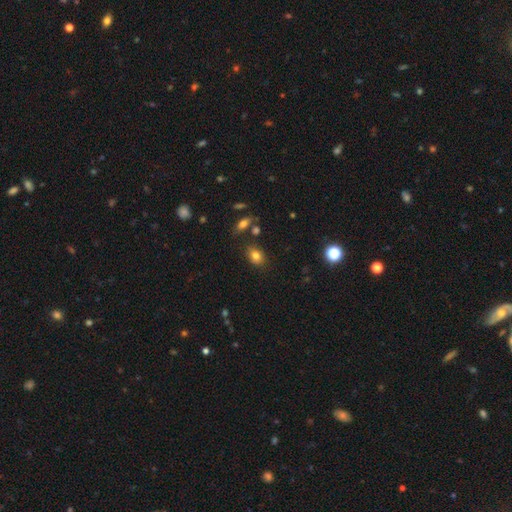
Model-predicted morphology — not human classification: A smooth galaxy with no disk features (80%) that is in between round and cigar-shaped (67%).

Vote fractions:
- Smooth or featured? smooth: 80% / star or artifact: 11% / featured or disk: 9%
- How rounded? in between: 67% / round: 31% / cigar-shaped: 1%
- Merging? none: 78% / minor disturbance: 13% / merger: 5% / major disturbance: 3%